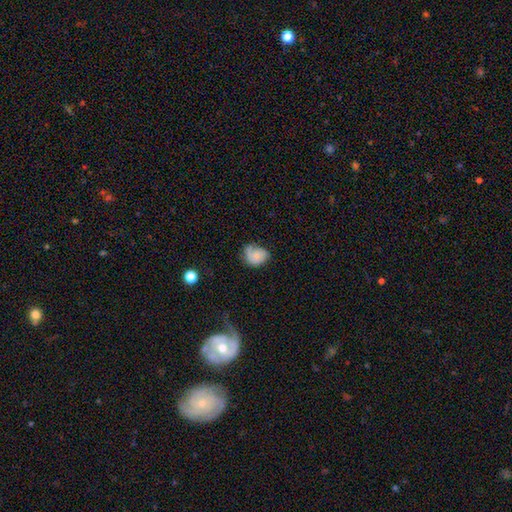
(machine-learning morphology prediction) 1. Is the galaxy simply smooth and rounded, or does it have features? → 57% smooth, 35% featured or disk, 9% star or artifact.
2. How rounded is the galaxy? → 53% round, 47% in between, 1% cigar-shaped.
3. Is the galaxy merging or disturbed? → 48% none, 34% minor disturbance, 16% major disturbance, 2% merger.